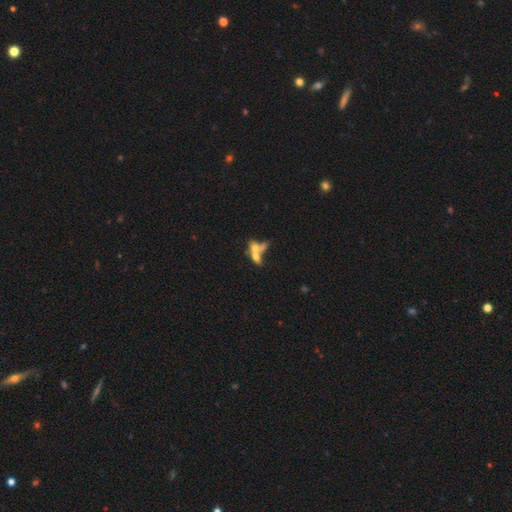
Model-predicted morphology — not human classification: This is possibly a smooth galaxy (51%). How rounded: likely in between (63%). Merging: likely merger (66%).